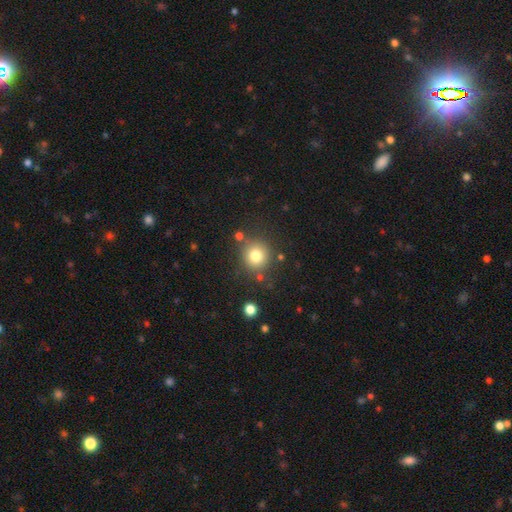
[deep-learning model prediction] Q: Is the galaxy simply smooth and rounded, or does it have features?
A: smooth — 78%.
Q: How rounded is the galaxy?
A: round — 92%.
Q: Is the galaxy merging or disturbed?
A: none — 81%.